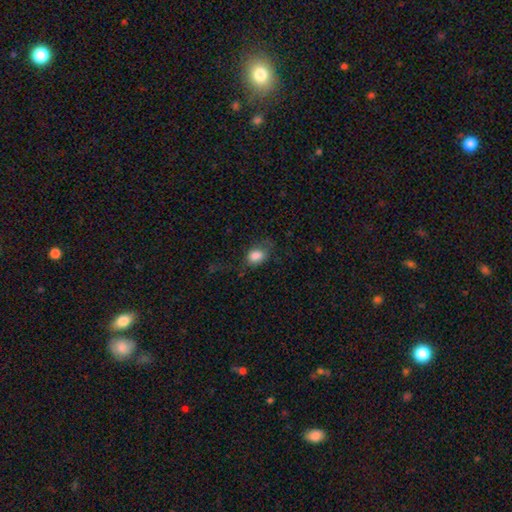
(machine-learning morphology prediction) smooth-or-featured: smooth: 83% | star or artifact: 9% | featured or disk: 8%
  how-rounded: in between: 70% | round: 29% | cigar-shaped: 2%
  merging: none: 53% | minor disturbance: 26% | major disturbance: 19% | merger: 2%